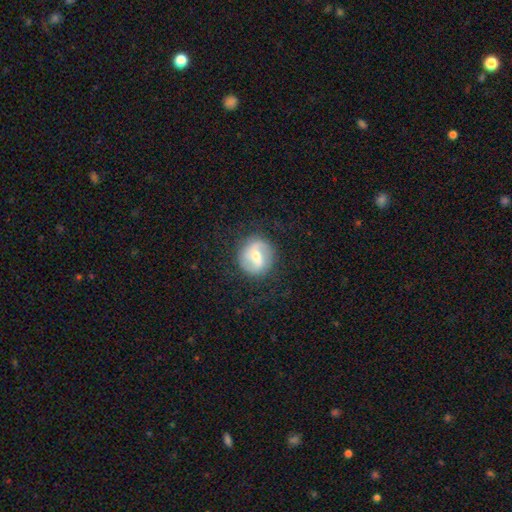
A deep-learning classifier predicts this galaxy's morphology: This appears to be a featured or disk galaxy (71%) with a weak bar (46%), 2 (89%) loose (42%) spiral arms (87%) and a moderate central bulge (56%). Merging: none (82%).